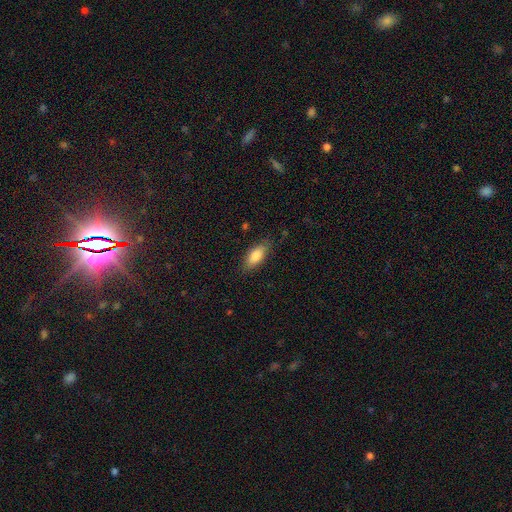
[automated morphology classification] smooth_or_featured: smooth (p=0.82) [alt: featured or disk p=0.11]
how_rounded: in between (p=0.81) [alt: cigar-shaped p=0.17]
merging: none (p=0.81) [alt: minor disturbance p=0.14]